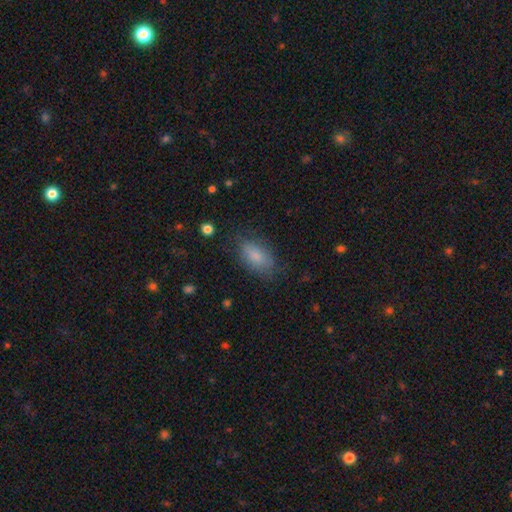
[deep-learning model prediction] Smooth or featured? smooth (82%)
How rounded? in between (91%)
Merging? none (74%)